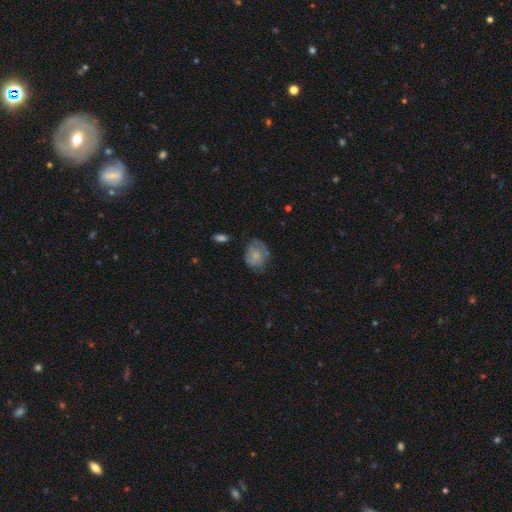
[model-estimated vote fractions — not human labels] Morphology: type=smooth (62%); roundness=in between (53%); merging=none (57%).